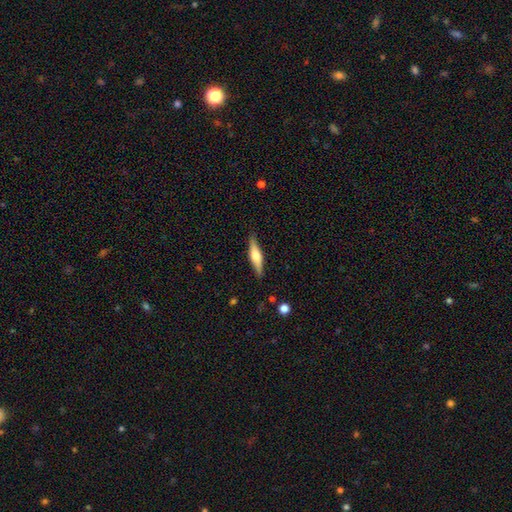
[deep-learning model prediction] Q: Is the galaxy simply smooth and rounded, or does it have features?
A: featured or disk — 55%.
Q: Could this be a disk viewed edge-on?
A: yes — 95%.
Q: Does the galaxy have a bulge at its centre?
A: rounded — 84%.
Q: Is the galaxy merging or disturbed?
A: none — 87%.